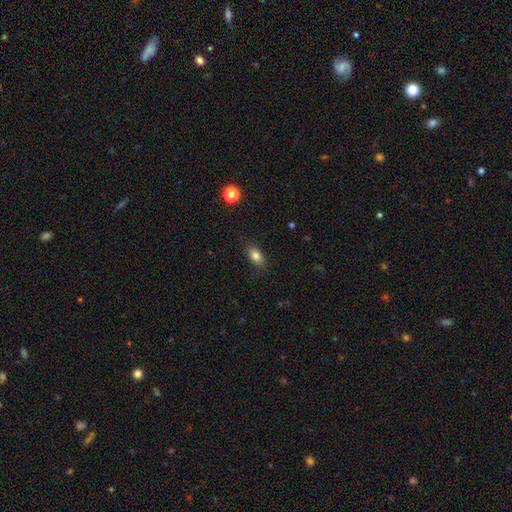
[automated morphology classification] Smooth or featured? smooth (82%)
How rounded? in between (83%)
Merging? none (84%)